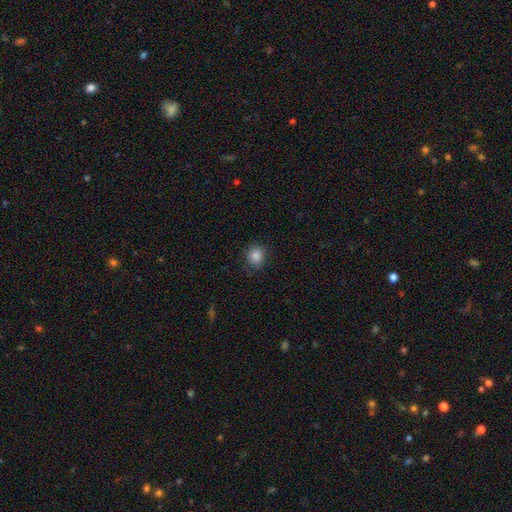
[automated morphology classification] type=smooth (84%); roundness=round (82%); merging=none (84%).